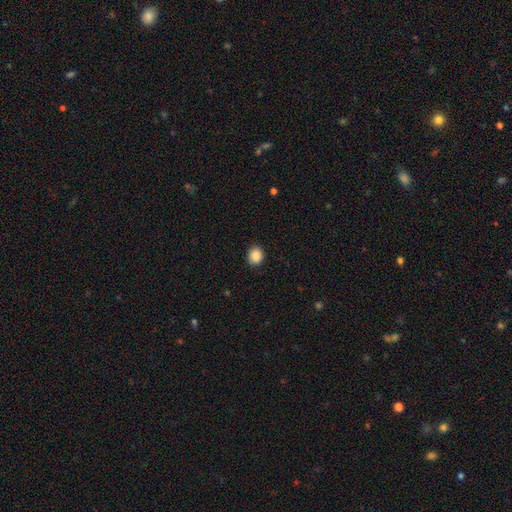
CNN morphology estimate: A smooth galaxy with no disk features (89%) that is round (73%). Merging: none (88%).